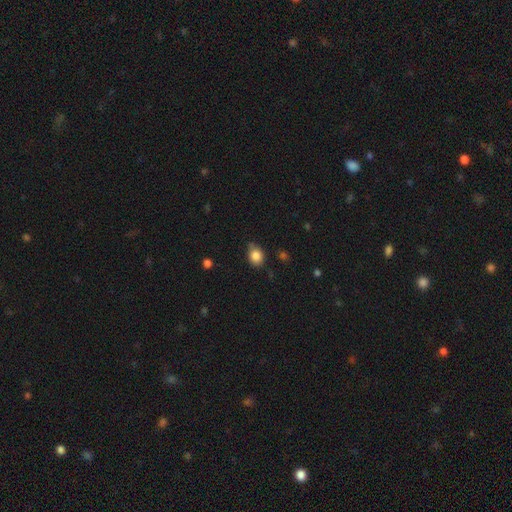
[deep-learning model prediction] Smooth or featured? Predicted: smooth (p=0.84). How rounded? Predicted: in between (p=0.50). Merging? Predicted: none (p=0.66).